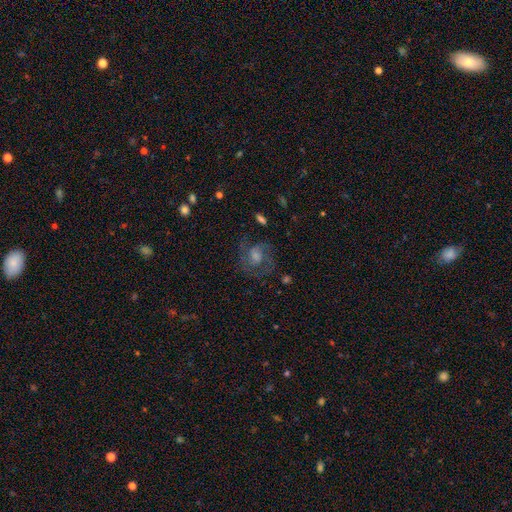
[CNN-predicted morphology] Smooth or featured?
  - featured or disk: 66% *
  - smooth: 19%
  - star or artifact: 15%
Edge-on disk?
  - no: 97% *
  - yes: 3%
Bar?
  - no: 52% *
  - weak: 39%
  - strong: 9%
Spiral arms?
  - yes: 88% *
  - no: 12%
Spiral winding?
  - medium: 51% *
  - tight: 33%
  - loose: 16%
Spiral arm count?
  - 2: 54% *
  - can't tell: 21%
  - 3: 13%
  - 1: 5%
  - 4: 4%
  - more than 4: 3%
Bulge size?
  - moderate: 42% *
  - small: 24%
  - large: 19%
  - none: 13%
  - dominant: 2%
Merging?
  - none: 69% *
  - minor disturbance: 16%
  - major disturbance: 13%
  - merger: 2%